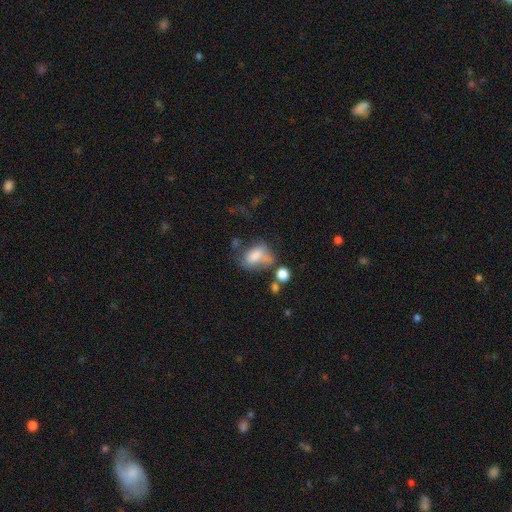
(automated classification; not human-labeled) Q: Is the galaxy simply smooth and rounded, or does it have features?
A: smooth — 71%.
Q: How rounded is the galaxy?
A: in between — 82%.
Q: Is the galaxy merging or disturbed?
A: none — 28%.